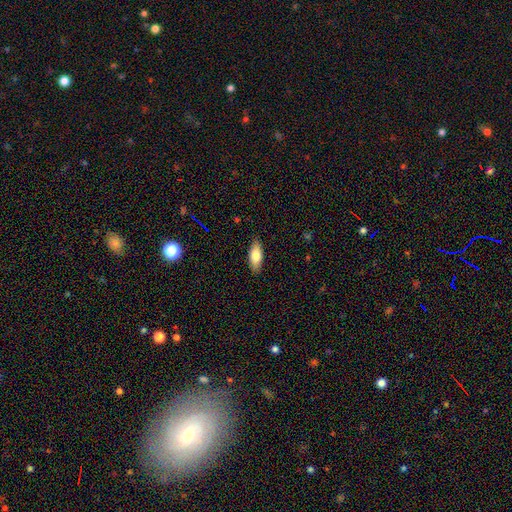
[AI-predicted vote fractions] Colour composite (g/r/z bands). It shows a smooth galaxy with no disk features (77%) that is in between round and cigar-shaped (79%). Merging: none (87%).